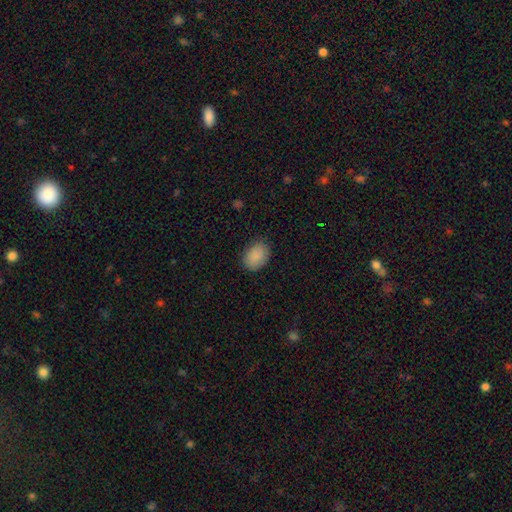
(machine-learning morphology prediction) Smooth or featured? Predicted: smooth (p=0.89). How rounded? Predicted: in between (p=0.71). Merging? Predicted: none (p=0.83).